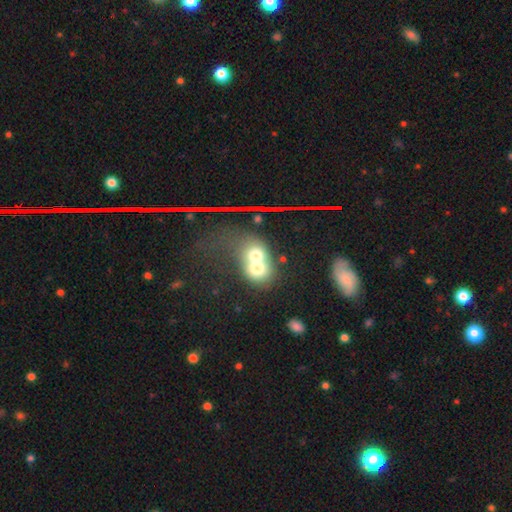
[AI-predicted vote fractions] Smooth or featured: smooth — 62% (featured or disk — 25%)
How rounded: round — 60% (in between — 39%)
Merging: merger — 76% (none — 14%)